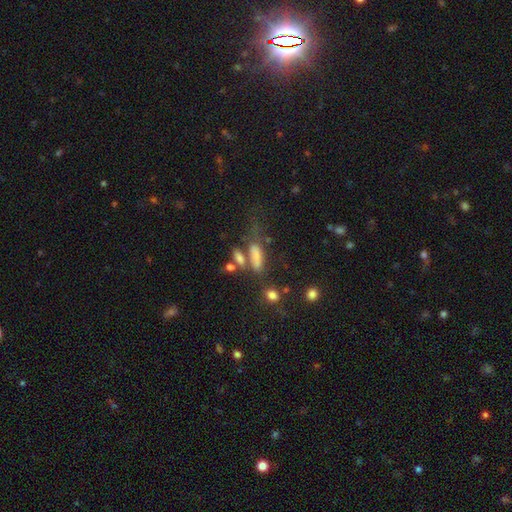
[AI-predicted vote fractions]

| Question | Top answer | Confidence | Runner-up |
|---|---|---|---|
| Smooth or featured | smooth | 62% | featured or disk (20%) |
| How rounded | cigar-shaped | 48% | in between (47%) |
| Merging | none | 35% | merger (25%) |